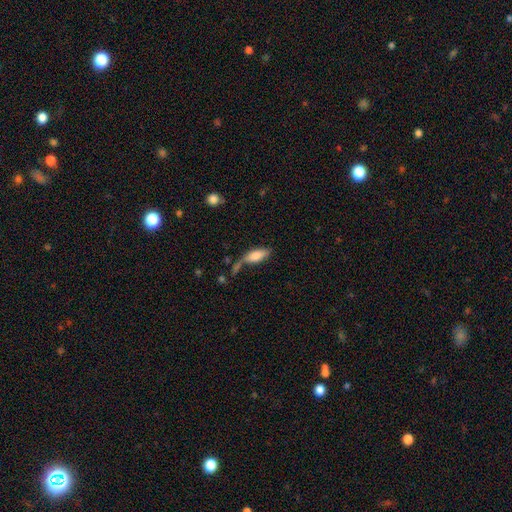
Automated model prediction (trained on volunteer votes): smooth 72%, featured or disk 20%, star or artifact 7%. Down the decision tree: how rounded — in between (72%); merging — none (41%).